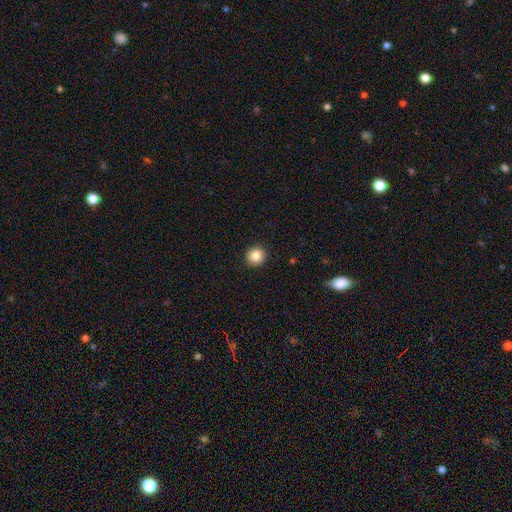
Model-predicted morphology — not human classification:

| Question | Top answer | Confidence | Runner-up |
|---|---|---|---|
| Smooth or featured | smooth | 85% | star or artifact (10%) |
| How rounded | round | 93% | in between (6%) |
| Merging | none | 93% | minor disturbance (5%) |